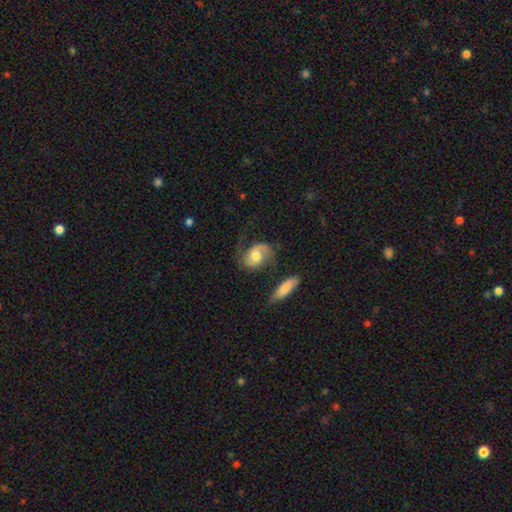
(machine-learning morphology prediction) Q: Smooth or featured?
A: featured or disk (62%); runner-up: smooth (31%)
Q: Edge-on disk?
A: no (96%); runner-up: yes (4%)
Q: Bar?
A: no (65%); runner-up: weak (29%)
Q: Spiral arms?
A: yes (89%); runner-up: no (11%)
Q: Spiral winding?
A: medium (44%); runner-up: loose (33%)
Q: Spiral arm count?
A: 2 (75%); runner-up: 1 (14%)
Q: Bulge size?
A: moderate (69%); runner-up: small (14%)
Q: Merging?
A: none (52%); runner-up: minor disturbance (23%)